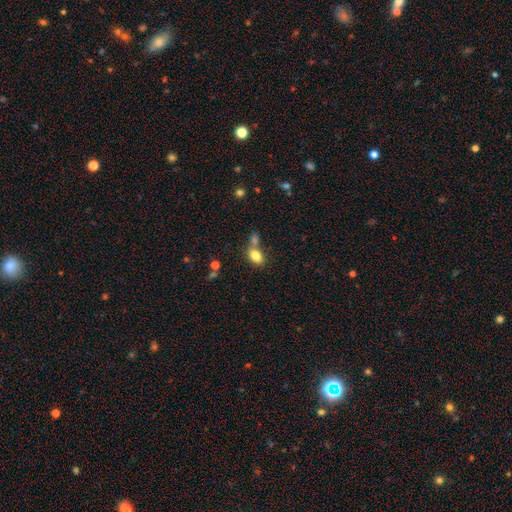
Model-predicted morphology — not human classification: The model was most divided on "merging": none: 49%, merger: 33%, minor disturbance: 13%, major disturbance: 5%. More confident: how rounded — in between (83%); smooth or featured — smooth (81%).